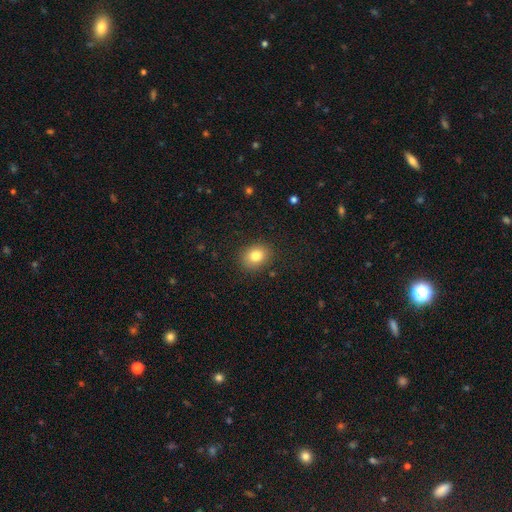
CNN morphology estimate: Smooth or featured?
  - smooth: 81% *
  - star or artifact: 11%
  - featured or disk: 9%
How rounded?
  - round: 55% *
  - in between: 44%
  - cigar-shaped: 1%
Merging?
  - none: 87% *
  - minor disturbance: 9%
  - major disturbance: 3%
  - merger: 1%